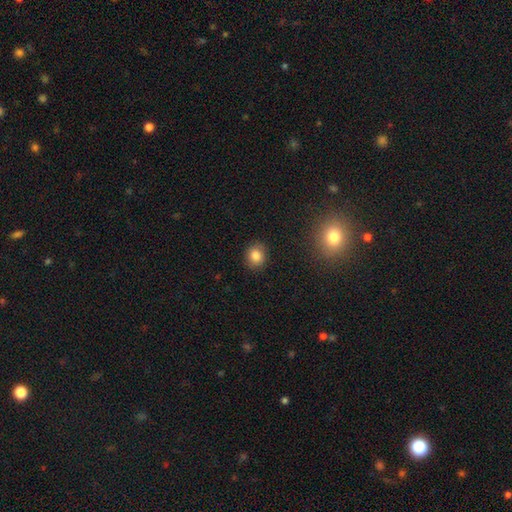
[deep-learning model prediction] Smooth or featured? smooth (83%)
How rounded? round (72%)
Merging? none (88%)